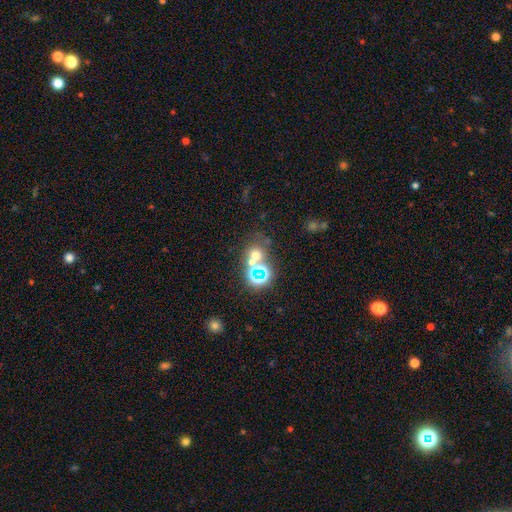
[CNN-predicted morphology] Overall: smooth (52%; star or artifact 35%). How rounded: round (80%). Merging: none (53%; merger 34%).